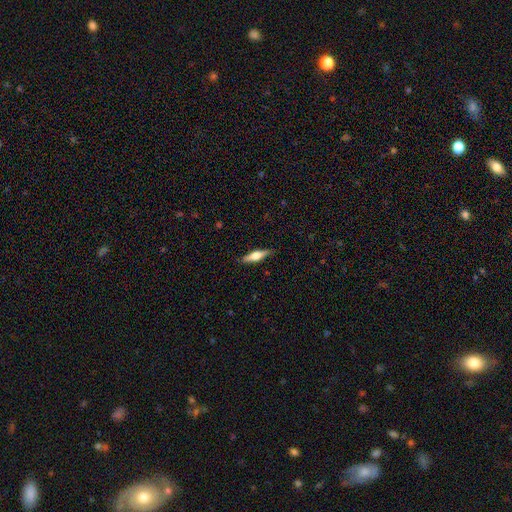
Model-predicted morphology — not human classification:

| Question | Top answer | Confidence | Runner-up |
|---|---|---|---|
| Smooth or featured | featured or disk | 53% | smooth (41%) |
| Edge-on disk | yes | 95% | no (5%) |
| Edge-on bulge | rounded | 88% | boxy (10%) |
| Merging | none | 86% | minor disturbance (10%) |